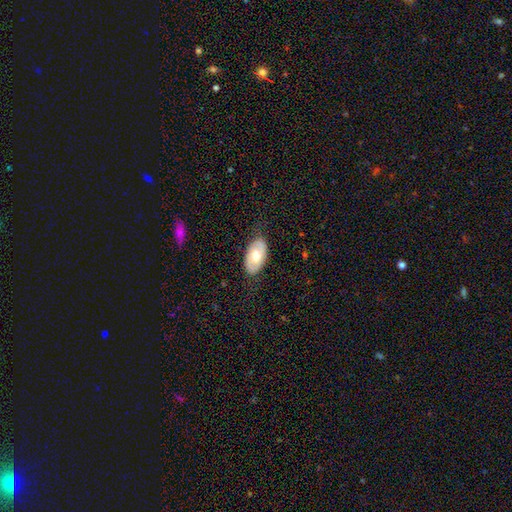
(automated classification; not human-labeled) This is possibly a smooth galaxy (58%). How rounded: clearly in between (94%). Merging: likely none (78%).